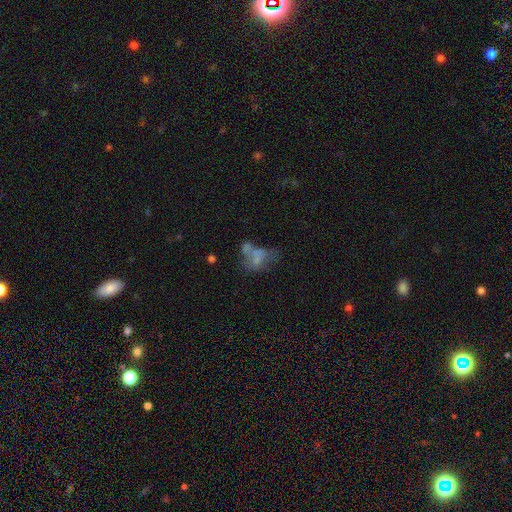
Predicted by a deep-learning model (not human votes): smooth-or-featured: smooth: 48% | featured or disk: 36% | star or artifact: 16%
  merging: merger: 42% | major disturbance: 24% | none: 21% | minor disturbance: 14%